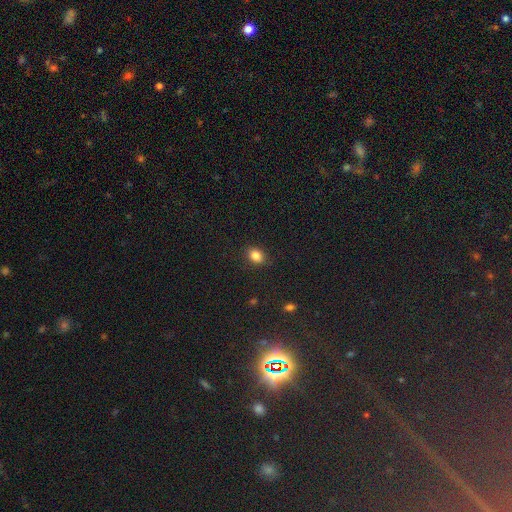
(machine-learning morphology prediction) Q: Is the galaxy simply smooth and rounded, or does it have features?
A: smooth — 84%.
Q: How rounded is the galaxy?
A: in between — 63%.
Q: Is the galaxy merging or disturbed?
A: none — 87%.